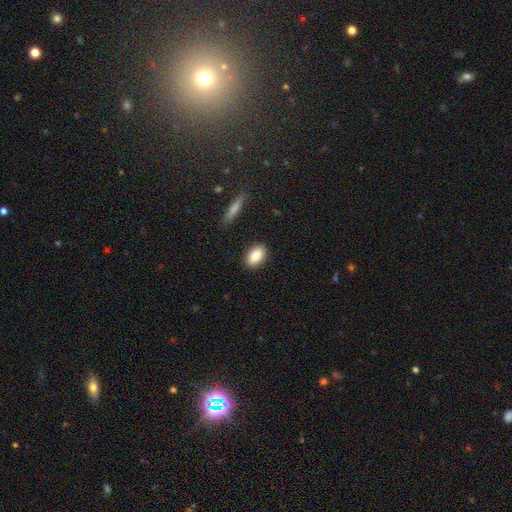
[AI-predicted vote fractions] Morphology: type=smooth (86%); roundness=in between (88%); merging=none (88%).